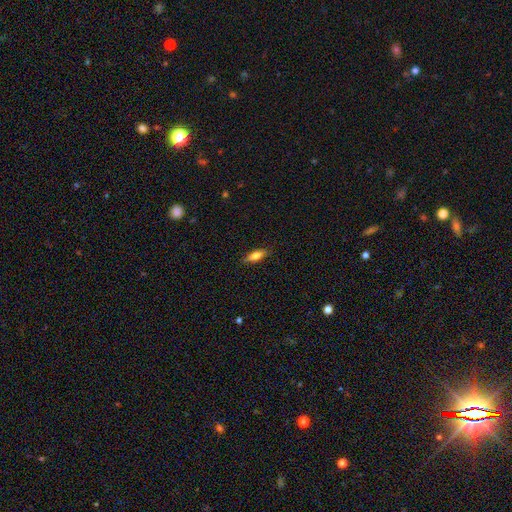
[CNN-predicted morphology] smooth-or-featured: smooth: 76% | featured or disk: 17% | star or artifact: 7%
  how-rounded: in between: 57% | cigar-shaped: 41% | round: 2%
  merging: none: 85% | minor disturbance: 11% | major disturbance: 2% | merger: 1%